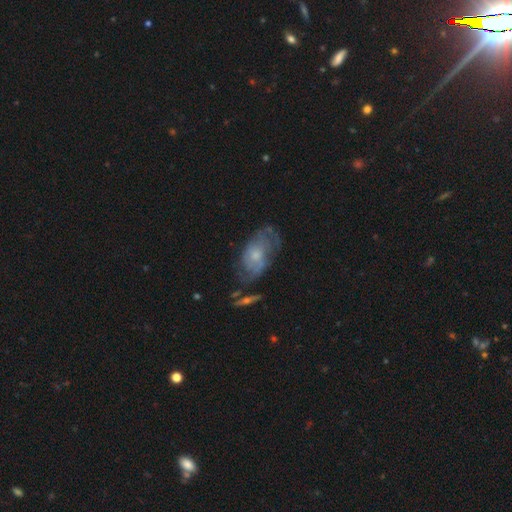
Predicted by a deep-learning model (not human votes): Smooth or featured?
  - featured or disk: 61% *
  - smooth: 31%
  - star or artifact: 7%
Edge-on disk?
  - no: 93% *
  - yes: 7%
Bar?
  - no: 77% *
  - weak: 20%
  - strong: 3%
Spiral arms?
  - yes: 69% *
  - no: 31%
Bulge size?
  - small: 46% *
  - moderate: 41%
  - none: 7%
  - large: 5%
  - dominant: 1%
Merging?
  - none: 49% *
  - minor disturbance: 26%
  - major disturbance: 19%
  - merger: 6%